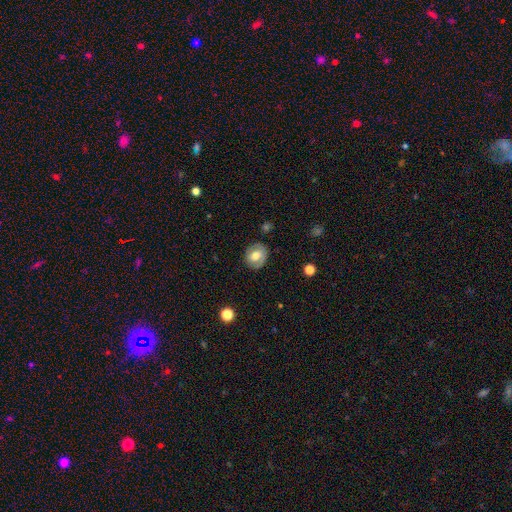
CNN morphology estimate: Smooth or featured: smooth — 56% (featured or disk — 36%)
How rounded: round — 63% (in between — 36%)
Merging: none — 80% (minor disturbance — 15%)